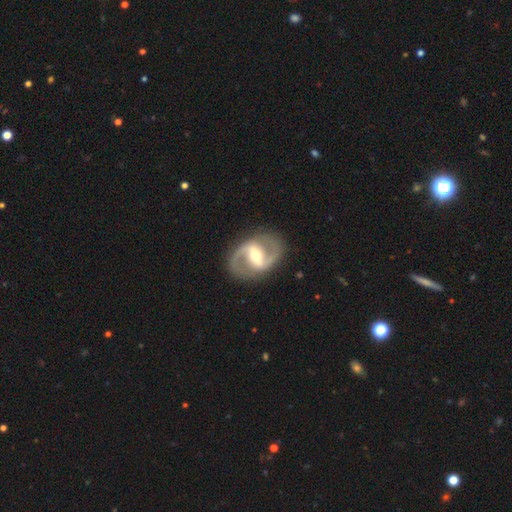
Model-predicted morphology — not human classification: smooth-or-featured: featured or disk: 90% | smooth: 6% | star or artifact: 4%
  disk-edge-on: no: 97% | yes: 3%
    bar: strong: 51% | weak: 37% | no: 12%
    has-spiral-arms: yes: 95% | no: 5%
      spiral-winding: medium: 56% | loose: 28% | tight: 16%
      spiral-arm-count: 2: 94% | can't tell: 2% | 1: 1% | 3: 1% | 4: 1% | more than 4: 1%
    bulge-size: moderate: 62% | small: 30% | large: 6% | none: 1% | dominant: 1%
  merging: none: 87% | minor disturbance: 8% | major disturbance: 4% | merger: 1%